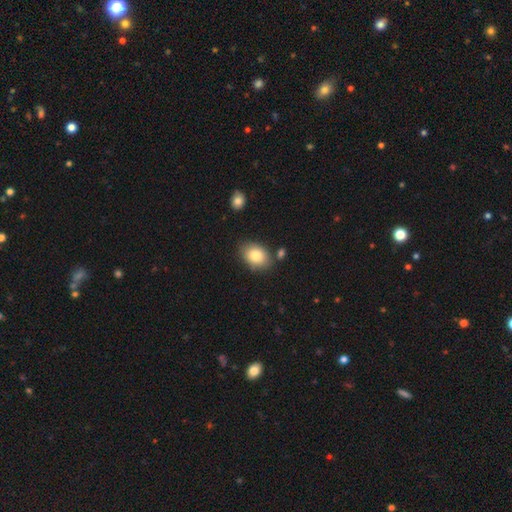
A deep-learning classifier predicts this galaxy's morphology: Smooth or featured? smooth (82%)
How rounded? in between (76%)
Merging? none (76%)